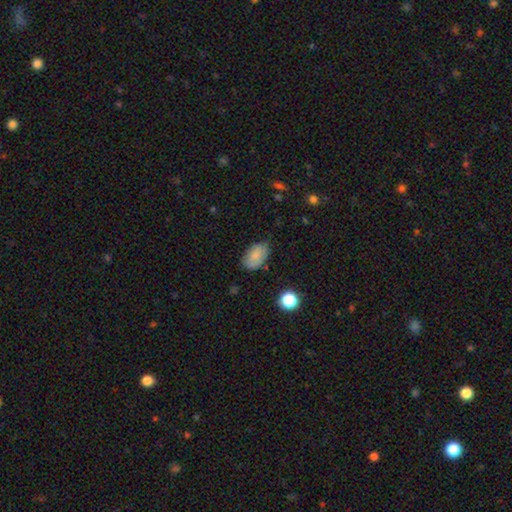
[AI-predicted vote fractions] A smooth galaxy with no disk features (76%) that is in between round and cigar-shaped (90%). Merging: none (66%).